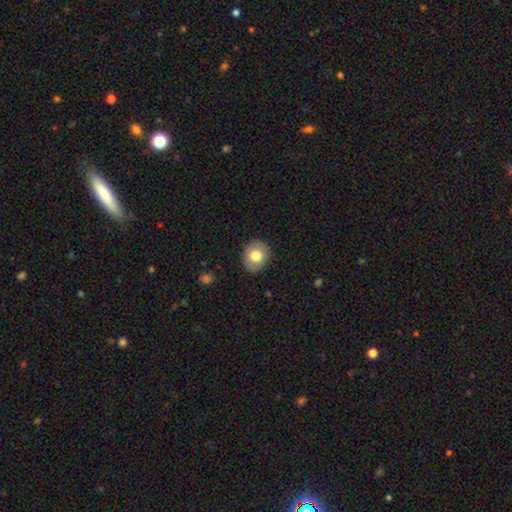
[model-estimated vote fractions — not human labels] smooth 76%, featured or disk 17%, star or artifact 7%. Down the decision tree: how rounded — round (51%); merging — none (87%).